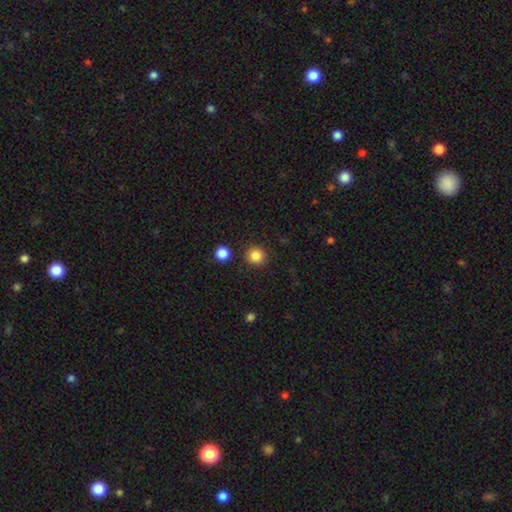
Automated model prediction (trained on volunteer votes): Smooth or featured: smooth — 86% (star or artifact — 11%)
How rounded: round — 93% (in between — 6%)
Merging: none — 90% (minor disturbance — 5%)